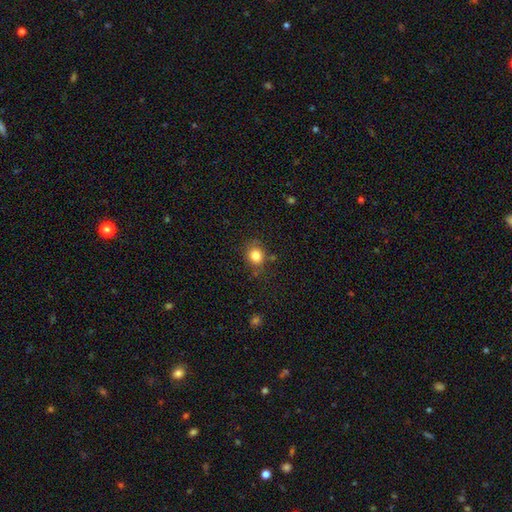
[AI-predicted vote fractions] Smooth or featured: smooth — 82% (star or artifact — 11%)
How rounded: round — 74% (in between — 25%)
Merging: none — 77% (minor disturbance — 15%)